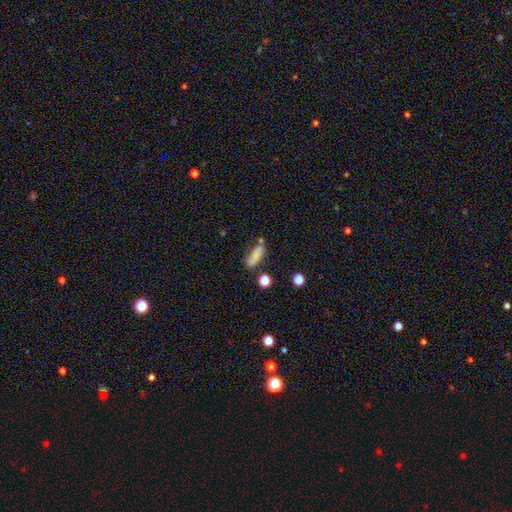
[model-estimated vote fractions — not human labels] Smooth or featured? smooth (75%)
How rounded? in between (66%)
Merging? none (57%)